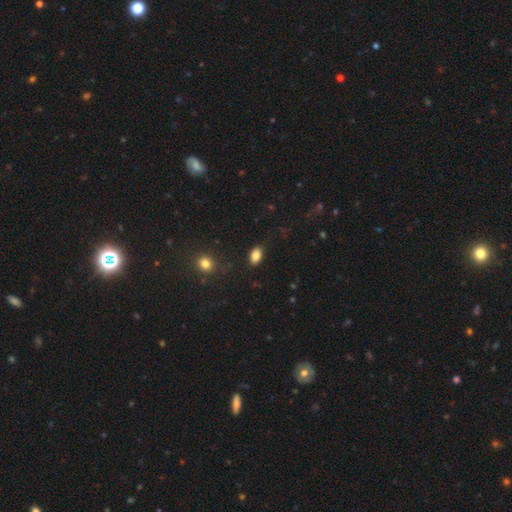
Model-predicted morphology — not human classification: smooth_or_featured: smooth (p=0.85) [alt: star or artifact p=0.09]
how_rounded: in between (p=0.89) [alt: round p=0.09]
merging: none (p=0.85) [alt: minor disturbance p=0.10]